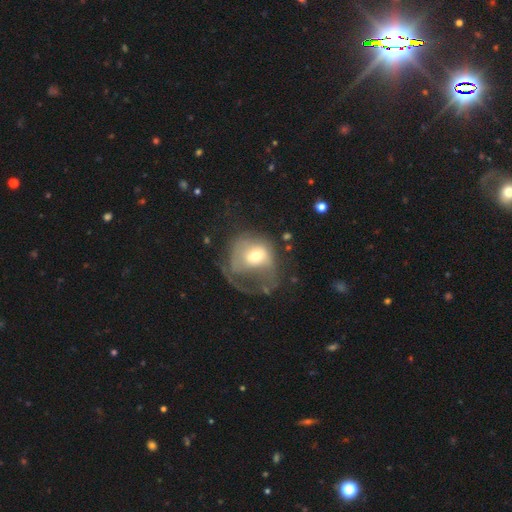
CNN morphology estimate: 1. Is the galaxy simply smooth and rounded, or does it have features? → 46% smooth, 45% featured or disk, 9% star or artifact.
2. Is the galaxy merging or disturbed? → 59% major disturbance, 19% none, 17% minor disturbance, 4% merger.